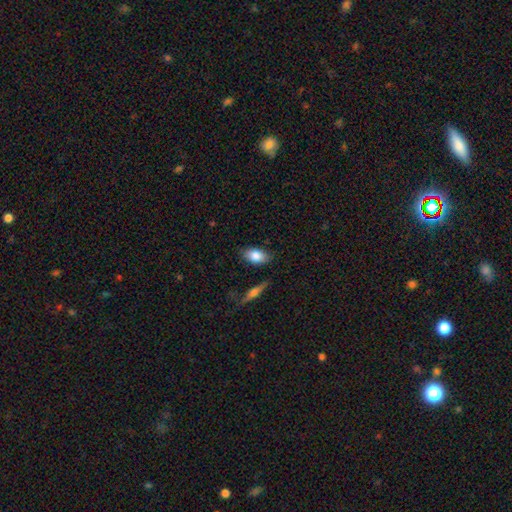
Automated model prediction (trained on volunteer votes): Q: Smooth or featured?
A: smooth (83%); runner-up: featured or disk (11%)
Q: How rounded?
A: in between (90%); runner-up: round (6%)
Q: Merging?
A: none (81%); runner-up: minor disturbance (13%)